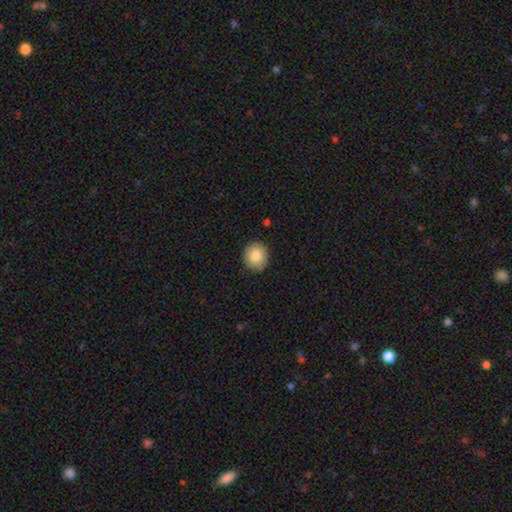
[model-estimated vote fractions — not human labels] smooth_or_featured: smooth (p=0.84) [alt: featured or disk p=0.08]
how_rounded: round (p=0.87) [alt: in between p=0.13]
merging: none (p=0.90) [alt: minor disturbance p=0.08]